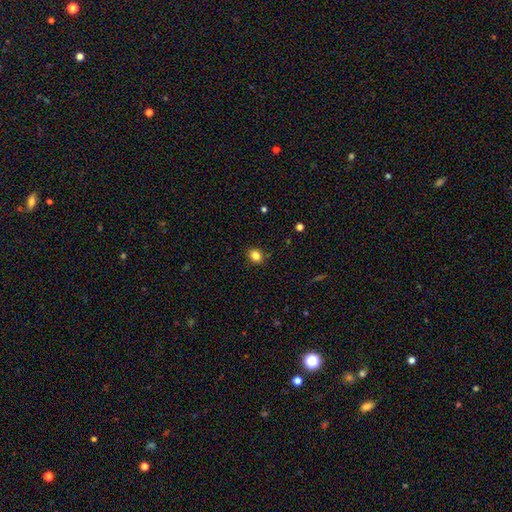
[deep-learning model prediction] This appears to be a smooth galaxy with no disk features (83%) that is round (54%). Merging: none (86%).